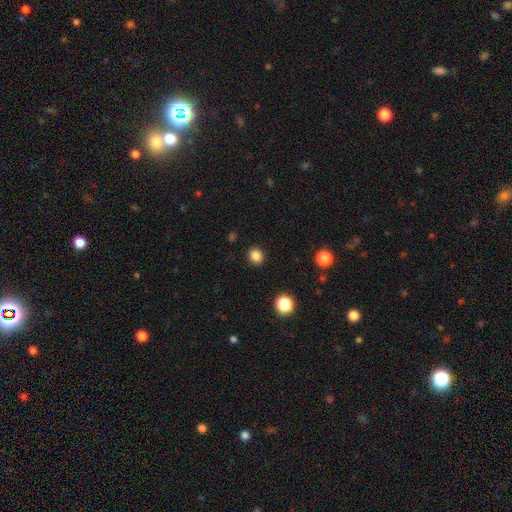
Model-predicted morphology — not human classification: Q: Smooth or featured?
A: smooth (85%); runner-up: star or artifact (12%)
Q: How rounded?
A: round (67%); runner-up: in between (33%)
Q: Merging?
A: none (90%); runner-up: minor disturbance (7%)